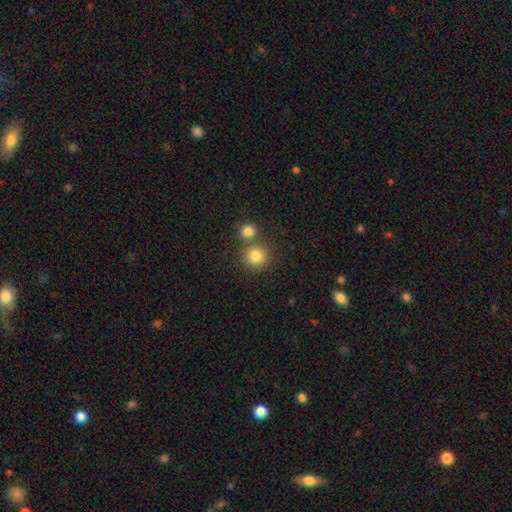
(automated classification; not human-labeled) Morphology: type=smooth (83%); roundness=round (92%); merging=none (69%).